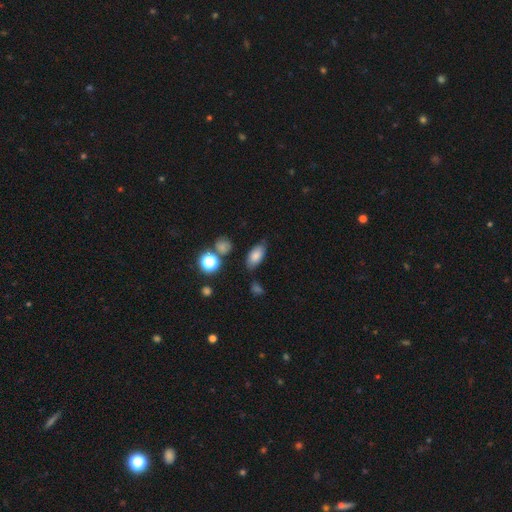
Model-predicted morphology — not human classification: Smooth or featured: smooth — 79% (featured or disk — 10%)
How rounded: in between — 89% (cigar-shaped — 6%)
Merging: none — 74% (minor disturbance — 17%)